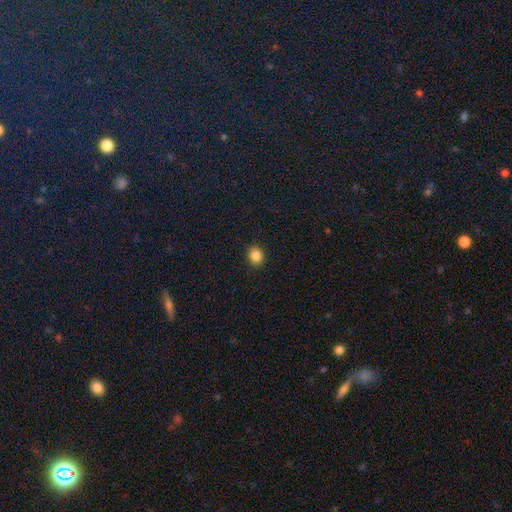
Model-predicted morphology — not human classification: Smooth or featured?
  - smooth: 86% *
  - star or artifact: 10%
  - featured or disk: 4%
How rounded?
  - round: 70% *
  - in between: 30%
  - cigar-shaped: 1%
Merging?
  - none: 91% *
  - minor disturbance: 7%
  - major disturbance: 2%
  - merger: 1%